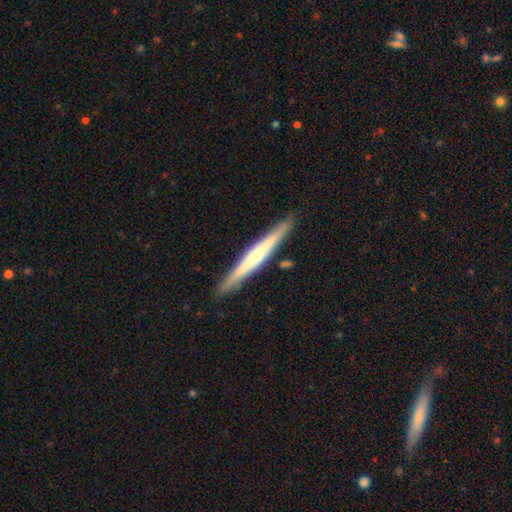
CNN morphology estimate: This appears to be a featured or disk galaxy (63%) viewed edge-on (97%) with a rounded central bulge (64%). Merging: none (90%).